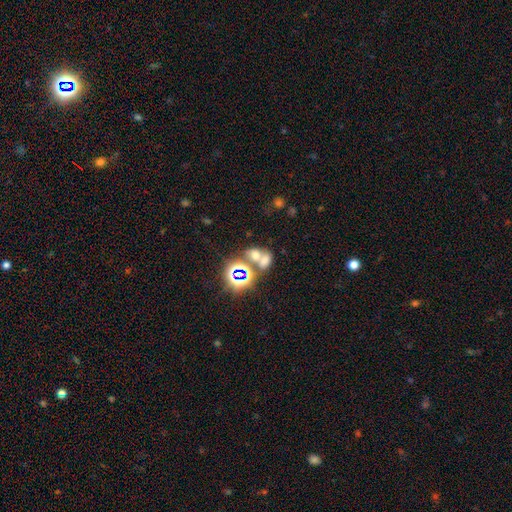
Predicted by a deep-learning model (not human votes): A smooth galaxy with no disk features (52%) that is in between round and cigar-shaped (65%).

Vote fractions:
- Smooth or featured? smooth: 52% / star or artifact: 32% / featured or disk: 16%
- How rounded? in between: 65% / round: 33% / cigar-shaped: 2%
- Merging? merger: 56% / none: 30% / minor disturbance: 8% / major disturbance: 6%